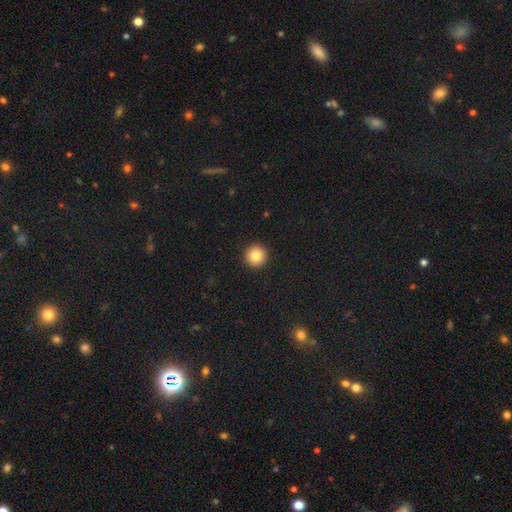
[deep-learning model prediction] Q: Smooth or featured?
A: smooth (83%); runner-up: star or artifact (10%)
Q: How rounded?
A: round (96%); runner-up: in between (3%)
Q: Merging?
A: none (94%); runner-up: minor disturbance (4%)